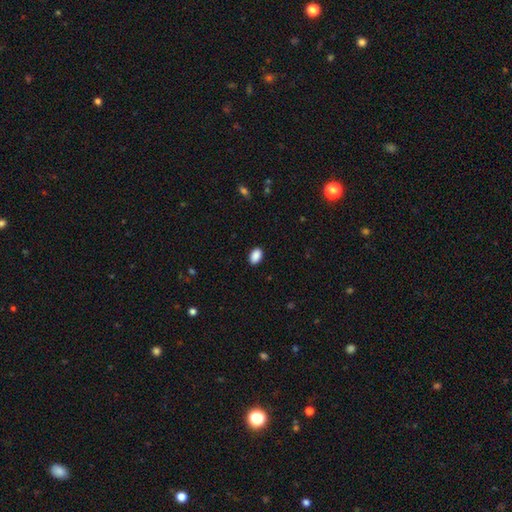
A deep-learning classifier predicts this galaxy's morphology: The model was most divided on "how rounded": in between: 89%, round: 10%, cigar-shaped: 1%. More confident: smooth or featured — smooth (90%); merging — none (89%).